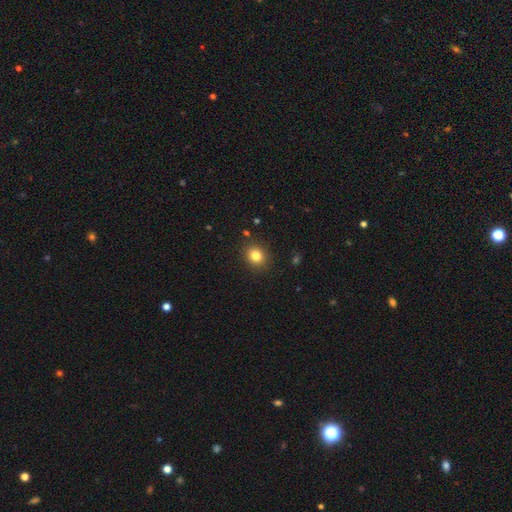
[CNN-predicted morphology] smooth-or-featured: smooth: 81% | star or artifact: 12% | featured or disk: 6%
  how-rounded: round: 77% | in between: 22% | cigar-shaped: 1%
  merging: none: 89% | minor disturbance: 7% | major disturbance: 2% | merger: 2%